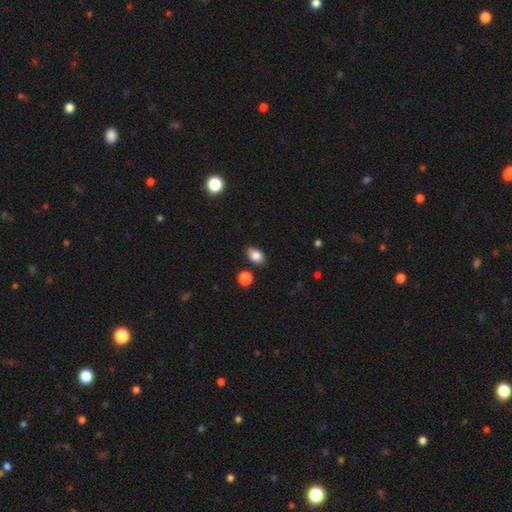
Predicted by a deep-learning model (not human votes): Smooth or featured: smooth — 85% (star or artifact — 9%)
How rounded: in between — 77% (round — 21%)
Merging: none — 75% (minor disturbance — 18%)